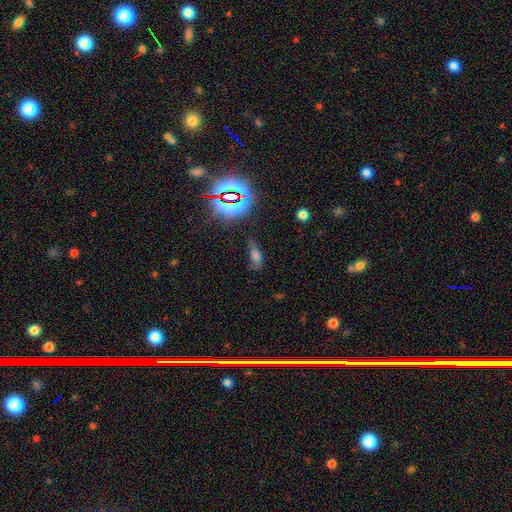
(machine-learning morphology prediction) This is possibly a smooth galaxy (50%). How rounded: likely in between (64%). Merging: possibly none (56%).